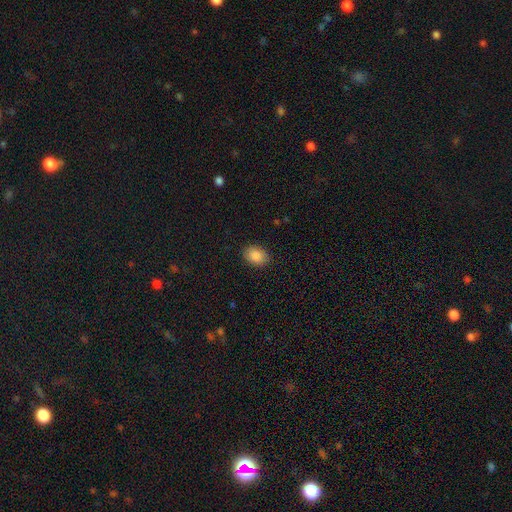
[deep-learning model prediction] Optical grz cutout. It shows a smooth galaxy with no disk features (88%) that is in between round and cigar-shaped (77%). Merging: none (88%).